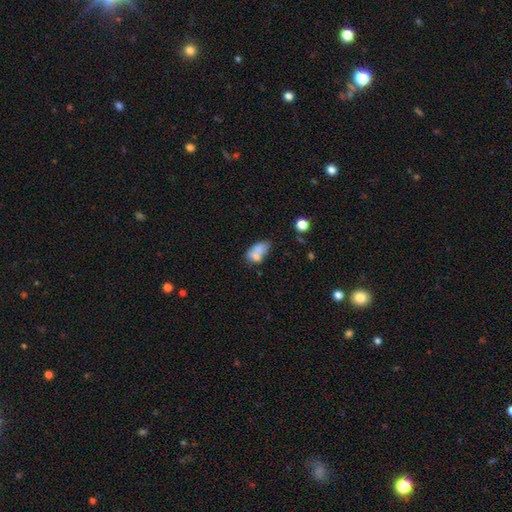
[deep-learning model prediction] This is likely a smooth galaxy (68%). How rounded: clearly in between (83%). Merging: marginally merger (40%).